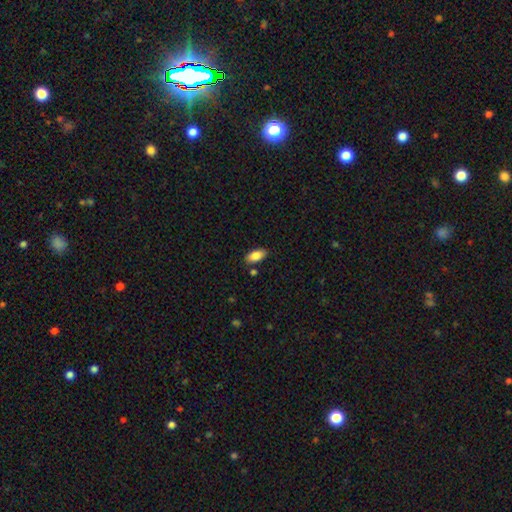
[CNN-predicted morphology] Smooth or featured: smooth — 86% (star or artifact — 7%)
How rounded: in between — 92% (cigar-shaped — 5%)
Merging: none — 82% (minor disturbance — 11%)